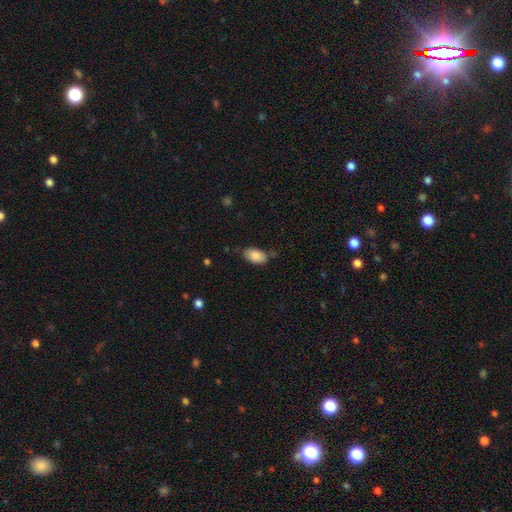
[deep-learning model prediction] Smooth or featured? smooth (86%)
How rounded? in between (94%)
Merging? none (68%)